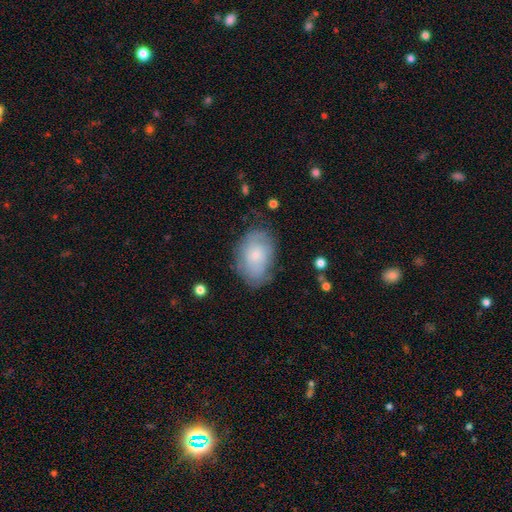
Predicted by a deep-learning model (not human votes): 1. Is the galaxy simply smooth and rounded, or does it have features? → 62% smooth, 30% featured or disk, 8% star or artifact.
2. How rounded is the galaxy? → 83% in between, 16% round, 1% cigar-shaped.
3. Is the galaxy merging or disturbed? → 68% none, 23% minor disturbance, 8% major disturbance, 2% merger.